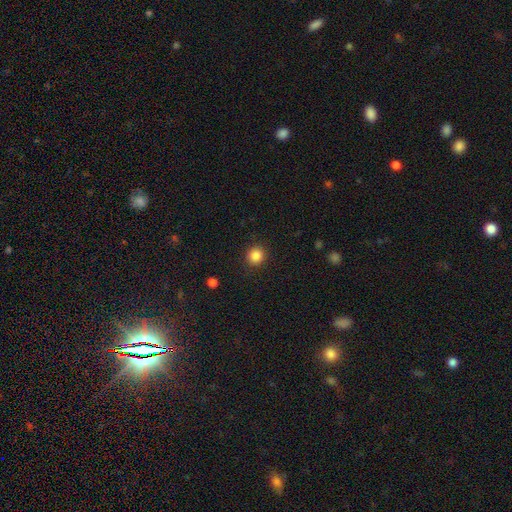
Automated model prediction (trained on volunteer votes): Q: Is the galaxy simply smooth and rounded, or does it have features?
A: smooth — 85%.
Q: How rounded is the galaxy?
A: round — 90%.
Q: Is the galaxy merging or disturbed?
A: none — 91%.